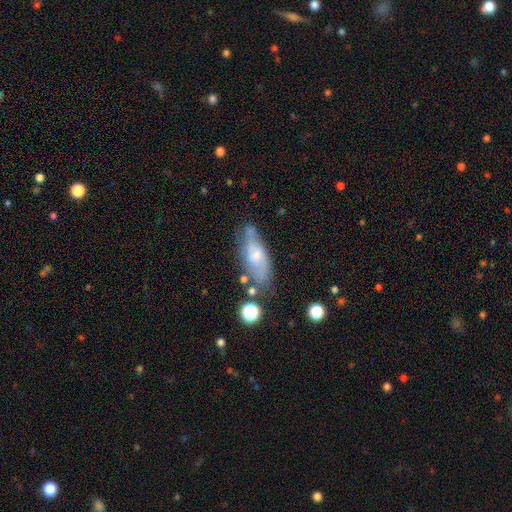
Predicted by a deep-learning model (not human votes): Smooth or featured? featured or disk (51%)
Edge-on disk? no (80%)
Merging? none (55%)